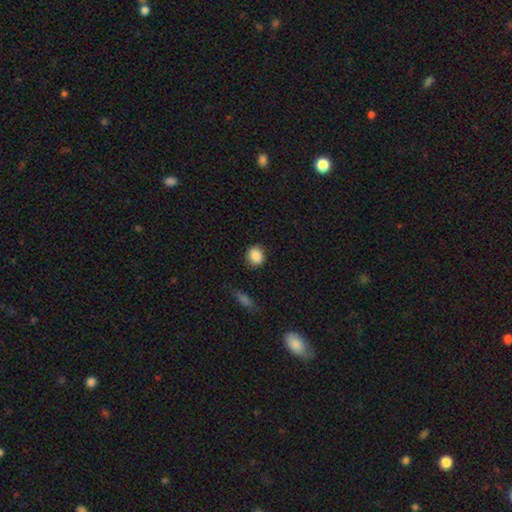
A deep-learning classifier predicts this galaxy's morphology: type=smooth (88%); roundness=round (70%); merging=none (83%).